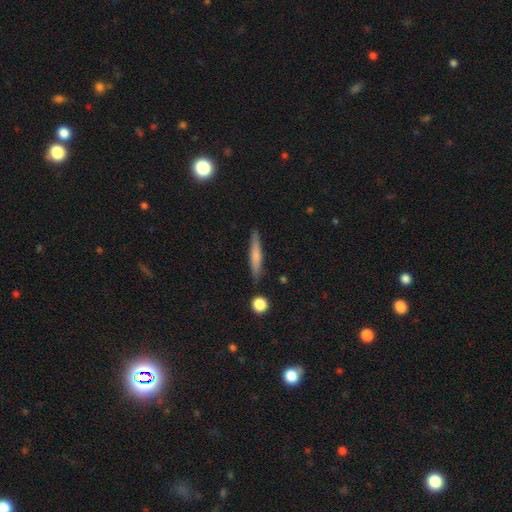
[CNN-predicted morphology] Smooth or featured? Predicted: smooth (p=0.65). How rounded? Predicted: cigar-shaped (p=0.92). Merging? Predicted: none (p=0.86).